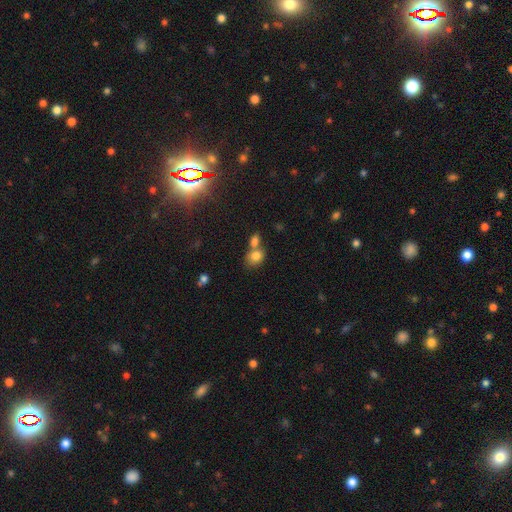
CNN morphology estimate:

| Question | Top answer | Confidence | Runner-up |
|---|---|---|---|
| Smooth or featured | smooth | 79% | star or artifact (11%) |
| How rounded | in between | 58% | round (40%) |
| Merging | merger | 45% | none (41%) |